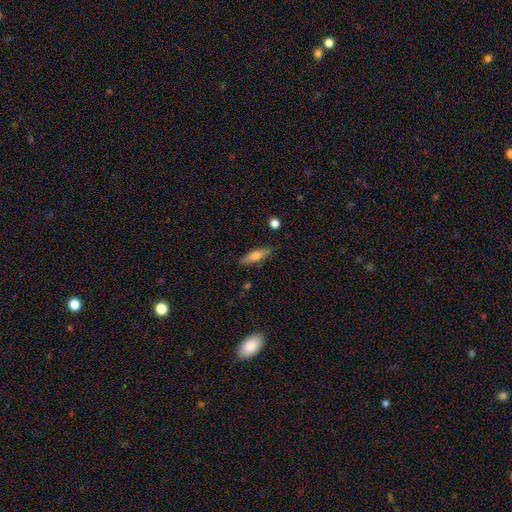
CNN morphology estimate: Smooth or featured? Predicted: smooth (p=0.65). How rounded? Predicted: cigar-shaped (p=0.61). Merging? Predicted: none (p=0.82).